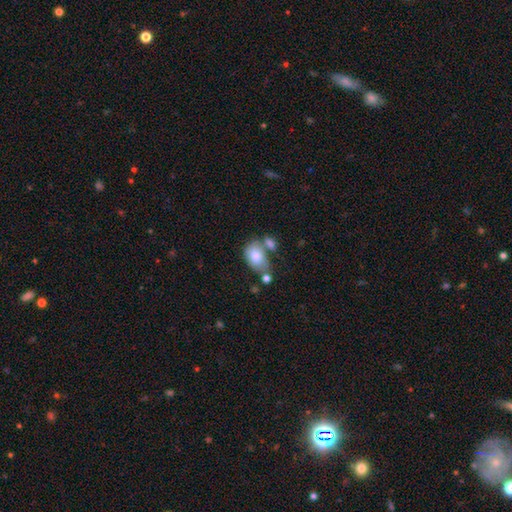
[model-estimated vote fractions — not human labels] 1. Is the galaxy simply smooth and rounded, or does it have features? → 77% smooth, 15% featured or disk, 7% star or artifact.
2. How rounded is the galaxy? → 83% in between, 16% round, 1% cigar-shaped.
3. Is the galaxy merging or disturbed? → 39% none, 31% merger, 20% minor disturbance, 9% major disturbance.